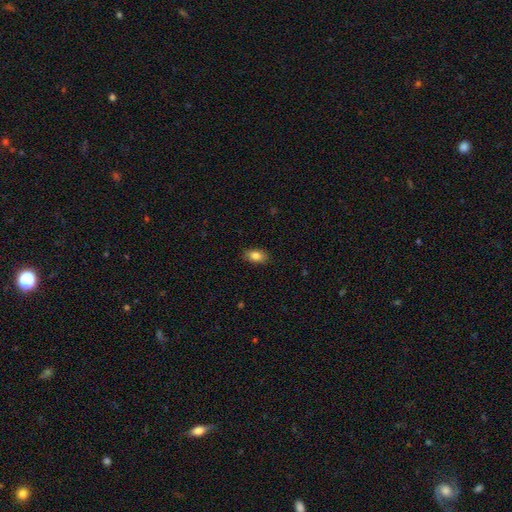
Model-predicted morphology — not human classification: Smooth or featured? smooth (85%)
How rounded? in between (89%)
Merging? none (87%)